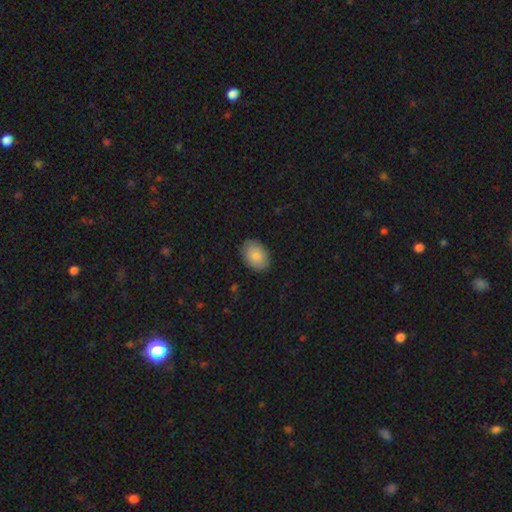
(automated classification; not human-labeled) Smooth or featured? Predicted: smooth (p=0.86). How rounded? Predicted: in between (p=0.81). Merging? Predicted: none (p=0.87).